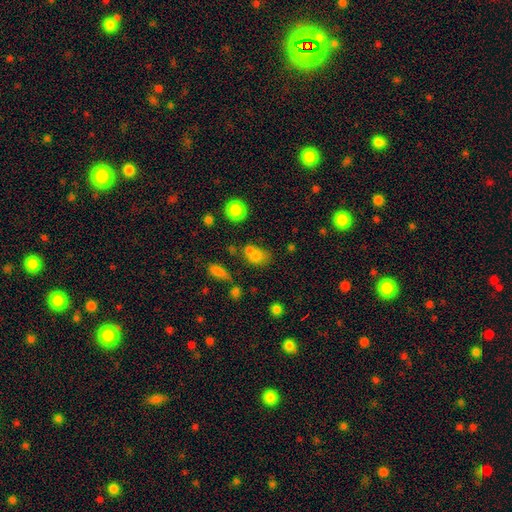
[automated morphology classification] smooth-or-featured: smooth: 73% | star or artifact: 14% | featured or disk: 13%
  how-rounded: in between: 58% | round: 39% | cigar-shaped: 2%
  merging: none: 39% (tied) | merger: 39% (tied) | minor disturbance: 14% | major disturbance: 7%